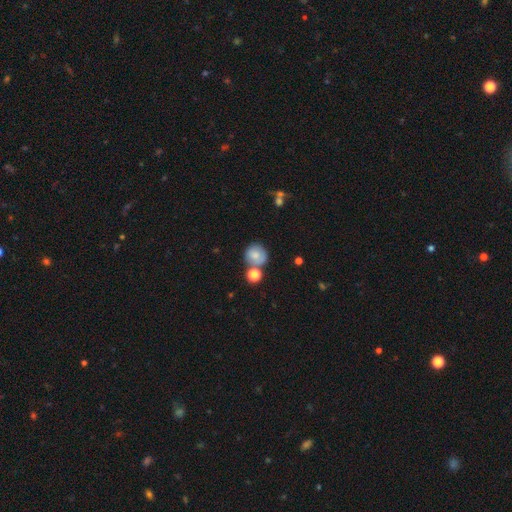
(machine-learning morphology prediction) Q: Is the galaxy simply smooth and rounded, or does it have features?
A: smooth — 74%.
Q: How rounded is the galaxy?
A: round — 88%.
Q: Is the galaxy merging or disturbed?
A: none — 59%.